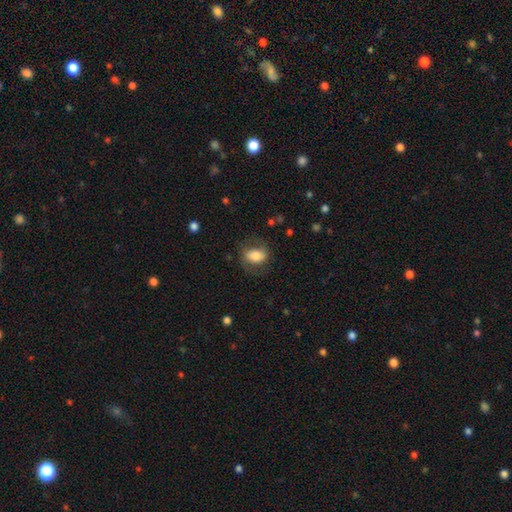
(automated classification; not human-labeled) Overall: smooth (69%). How rounded: in between (76%). Merging: none (69%).